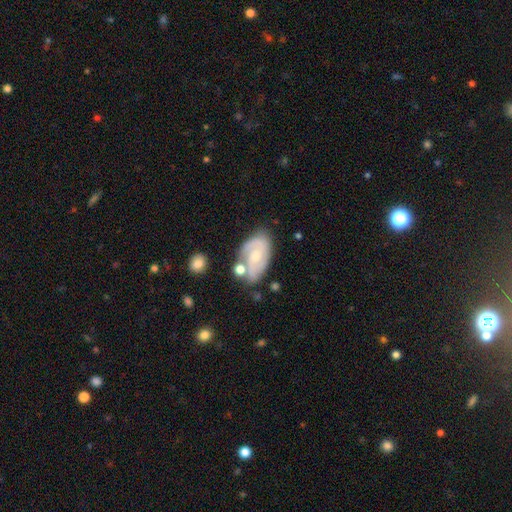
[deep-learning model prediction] Morphology: type=featured or disk (73%); edge-on=no (96%); bar=no (59%); spiral arms=yes (90%); winding=tight (45%); arm count=2 (62%); bulge=small (48%); merging=none (55%).